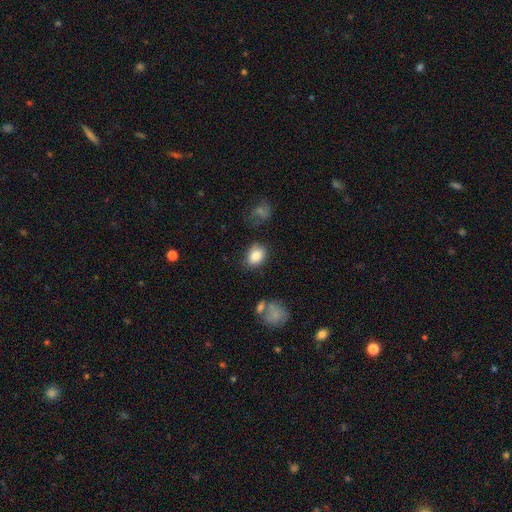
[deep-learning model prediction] A smooth galaxy with no disk features (85%) that is in between round and cigar-shaped (71%). Merging: none (72%).